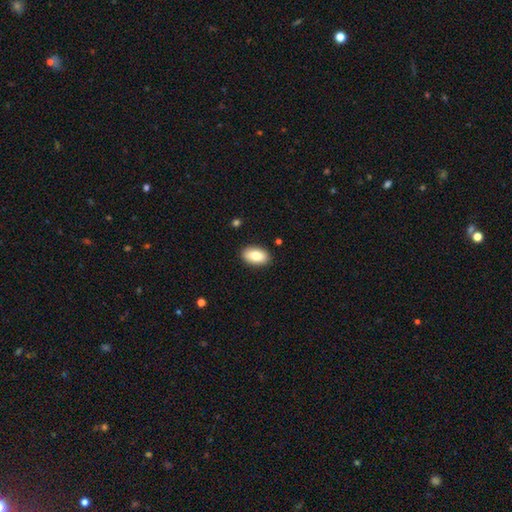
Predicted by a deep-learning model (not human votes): This appears to be a smooth galaxy with no disk features (85%) that is in between round and cigar-shaped (93%). Merging: none (89%).